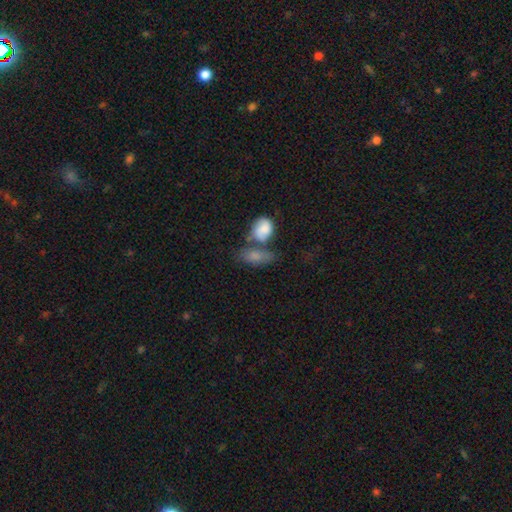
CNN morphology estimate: A smooth galaxy with no disk features (76%) that is in between round and cigar-shaped (80%).

Vote fractions:
- Smooth or featured? smooth: 76% / featured or disk: 16% / star or artifact: 8%
- How rounded? in between: 80% / round: 13% / cigar-shaped: 7%
- Merging? merger: 49% / none: 28% / minor disturbance: 14% / major disturbance: 9%